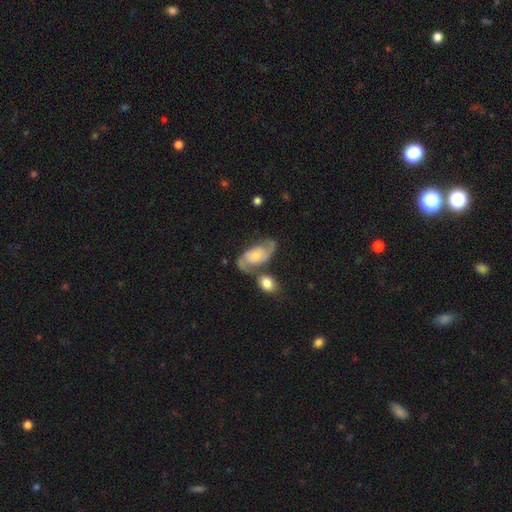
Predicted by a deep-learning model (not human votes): featured or disk 81%, smooth 14%, star or artifact 5%. Down the decision tree: edge-on disk — no (96%); bar — no (63%); spiral arms — yes (95%); spiral arm count — 2 (90%); spiral winding — medium (50%); bulge size — small (44%); merging — none (47%).